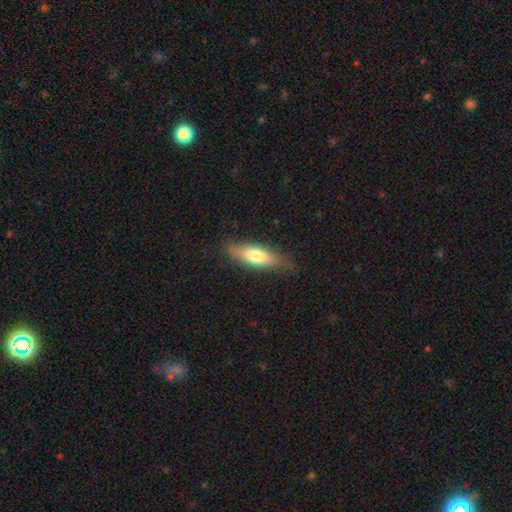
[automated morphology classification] A smooth galaxy with no disk features (71%) that is in between round and cigar-shaped (59%). Merging: none (78%).